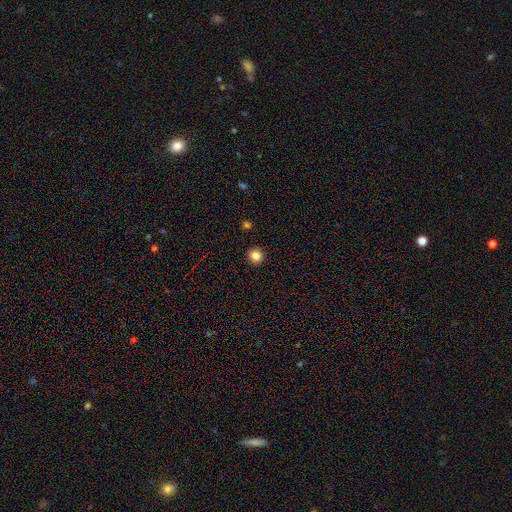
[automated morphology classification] Smooth or featured: smooth — 84% (star or artifact — 12%)
How rounded: round — 91% (in between — 8%)
Merging: none — 93% (minor disturbance — 5%)